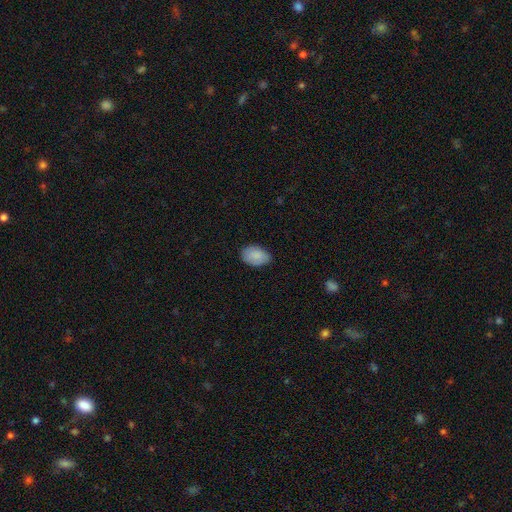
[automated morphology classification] Smooth or featured? Predicted: smooth (p=0.88). How rounded? Predicted: in between (p=0.88). Merging? Predicted: none (p=0.79).